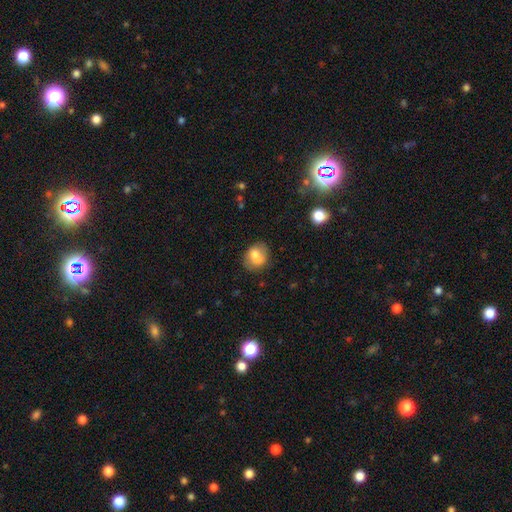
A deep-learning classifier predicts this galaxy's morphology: Smooth or featured? smooth (71%)
How rounded? round (56%)
Merging? none (68%)